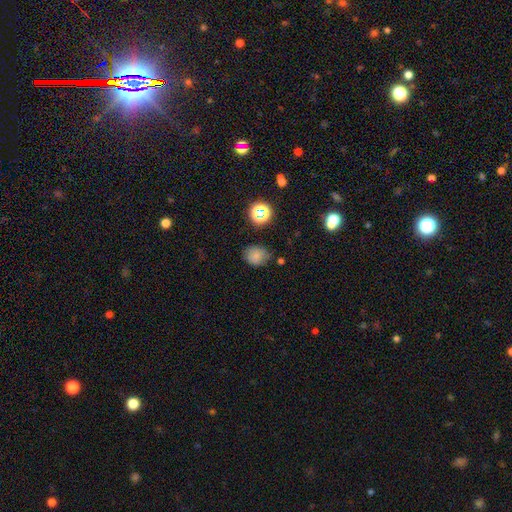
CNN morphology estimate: smooth_or_featured: smooth (p=0.74) [alt: star or artifact p=0.17]
how_rounded: round (p=0.67) [alt: in between p=0.32]
merging: none (p=0.68) [alt: minor disturbance p=0.23]